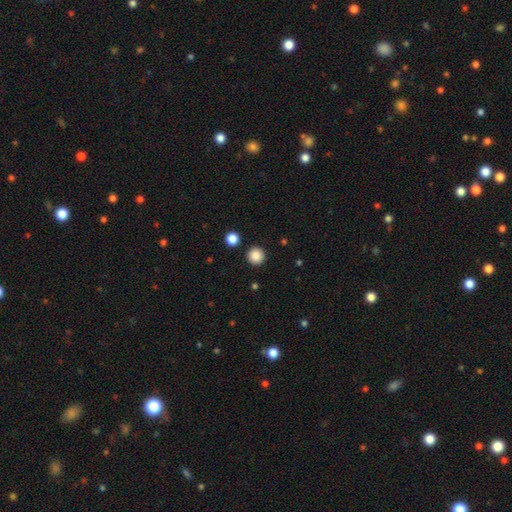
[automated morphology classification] smooth_or_featured: smooth (p=0.87) [alt: star or artifact p=0.10]
how_rounded: round (p=0.95) [alt: in between p=0.04]
merging: none (p=0.92) [alt: minor disturbance p=0.05]